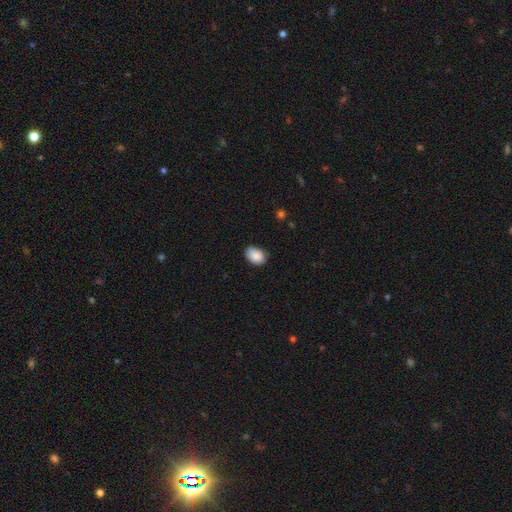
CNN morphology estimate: A smooth galaxy with no disk features (88%) that is in between round and cigar-shaped (80%). Merging: none (78%).